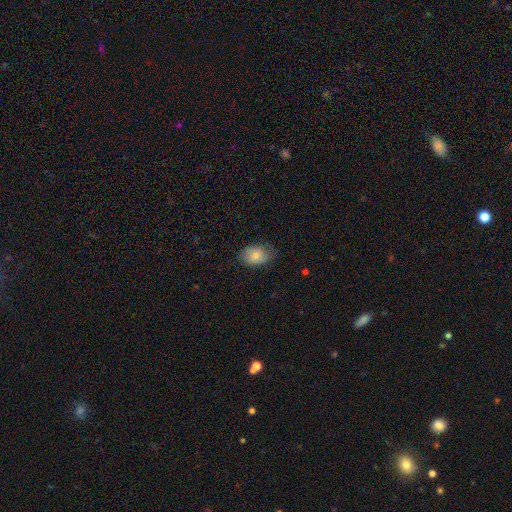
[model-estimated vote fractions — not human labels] A smooth galaxy with no disk features (74%) that is in between round and cigar-shaped (81%).

Vote fractions:
- Smooth or featured? smooth: 74% / featured or disk: 19% / star or artifact: 7%
- How rounded? in between: 81% / round: 18% / cigar-shaped: 1%
- Merging? none: 71% / minor disturbance: 23% / major disturbance: 5% / merger: 1%